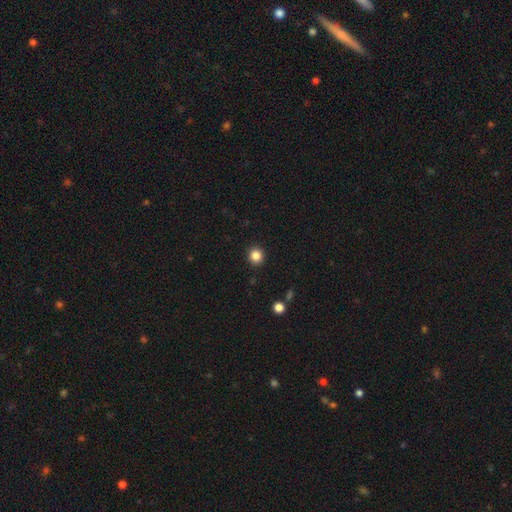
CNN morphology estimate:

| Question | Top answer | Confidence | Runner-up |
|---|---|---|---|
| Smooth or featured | smooth | 84% | star or artifact (11%) |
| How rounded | round | 92% | in between (7%) |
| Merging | none | 93% | minor disturbance (5%) |